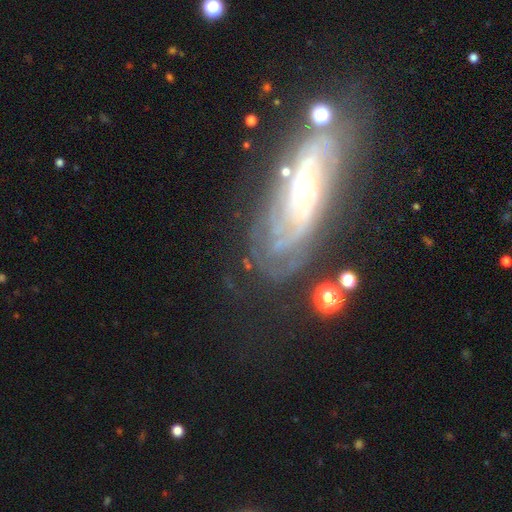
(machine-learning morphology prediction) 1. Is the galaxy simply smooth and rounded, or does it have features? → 81% featured or disk, 11% smooth, 8% star or artifact.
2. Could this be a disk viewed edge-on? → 83% no, 17% yes.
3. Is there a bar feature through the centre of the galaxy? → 61% no, 27% weak, 11% strong.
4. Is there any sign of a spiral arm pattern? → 91% yes, 9% no.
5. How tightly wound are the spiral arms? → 69% tight, 24% medium, 7% loose.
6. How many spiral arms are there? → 50% can't tell, 21% 2, 10% 3, 8% 4, 7% more than 4, 5% 1.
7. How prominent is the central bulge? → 67% small, 28% moderate, 2% large, 2% none, 1% dominant.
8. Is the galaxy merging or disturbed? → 73% none, 16% minor disturbance, 7% major disturbance, 3% merger.